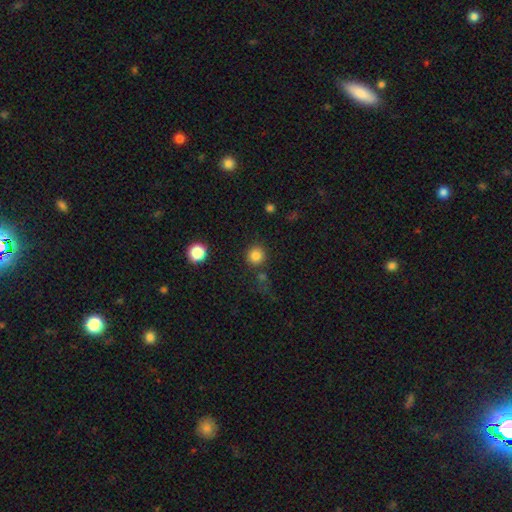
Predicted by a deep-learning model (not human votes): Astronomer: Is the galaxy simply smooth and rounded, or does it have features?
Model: smooth — 83%.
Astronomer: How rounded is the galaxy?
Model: round — 93%.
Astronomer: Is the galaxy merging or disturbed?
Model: none — 83%.